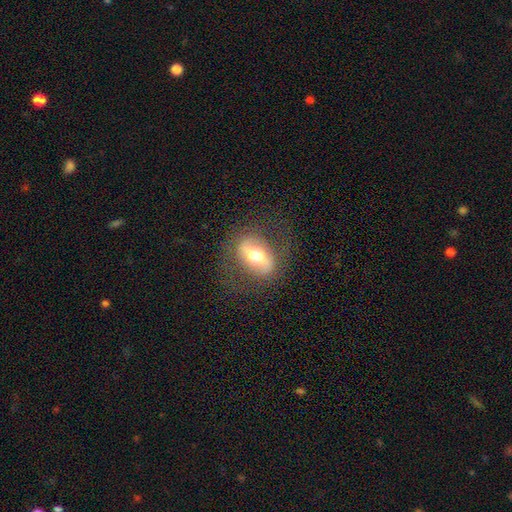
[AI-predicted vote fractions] Morphology: type=featured or disk (55%); edge-on=no (86%); merging=none (75%).